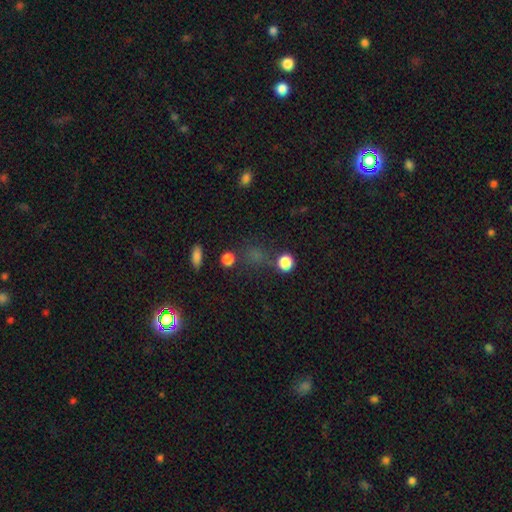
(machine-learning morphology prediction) smooth 56%, star or artifact 36%, featured or disk 8%. Down the decision tree: how rounded — round (79%); merging — none (71%).